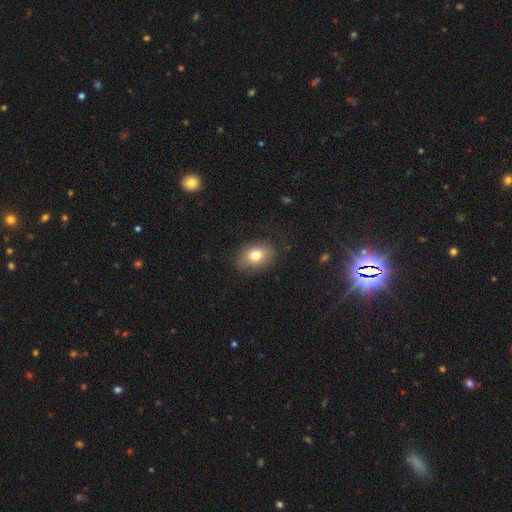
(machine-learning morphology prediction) smooth-or-featured: smooth: 79% | featured or disk: 12% | star or artifact: 9%
  how-rounded: in between: 75% | round: 24% | cigar-shaped: 1%
  merging: none: 82% | minor disturbance: 13% | major disturbance: 4% | merger: 1%